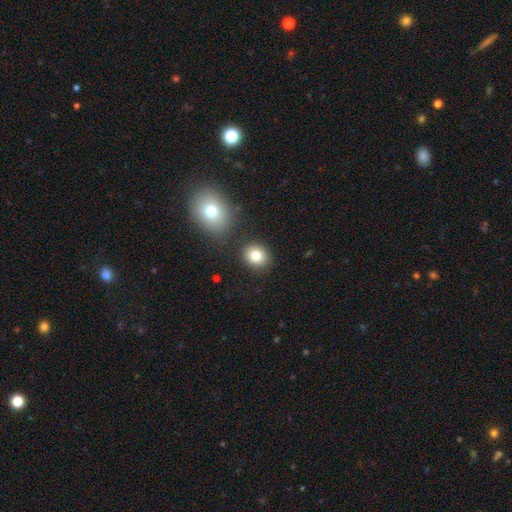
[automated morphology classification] type=smooth (80%); roundness=round (72%); merging=none (84%).